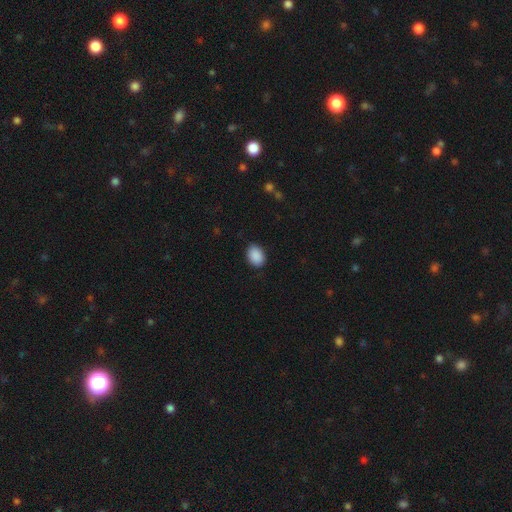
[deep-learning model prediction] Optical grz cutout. It shows a smooth galaxy with no disk features (90%) that is in between round and cigar-shaped (76%). Merging: none (88%).